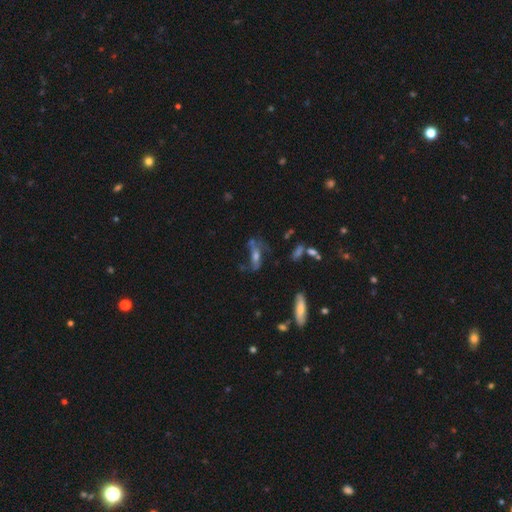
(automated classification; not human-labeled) The model was most divided on "smooth or featured": featured or disk: 51%, smooth: 30%, star or artifact: 18%. Remaining: edge-on disk — no (71%); merging — none (49%).